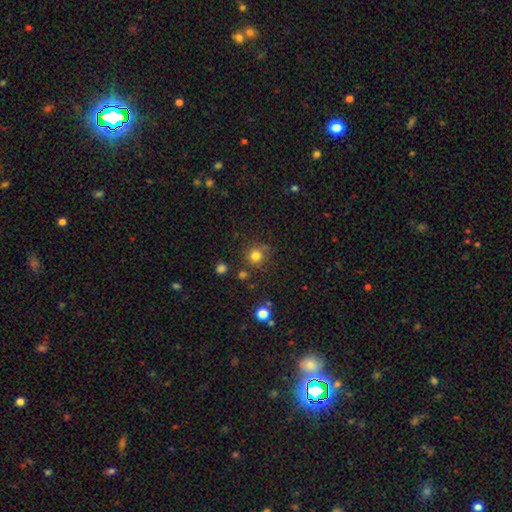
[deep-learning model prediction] A smooth galaxy with no disk features (79%) that is round (90%).

Vote fractions:
- Smooth or featured? smooth: 79% / star or artifact: 15% / featured or disk: 6%
- How rounded? round: 90% / in between: 9% / cigar-shaped: 1%
- Merging? none: 76% / minor disturbance: 13% / merger: 6% / major disturbance: 5%